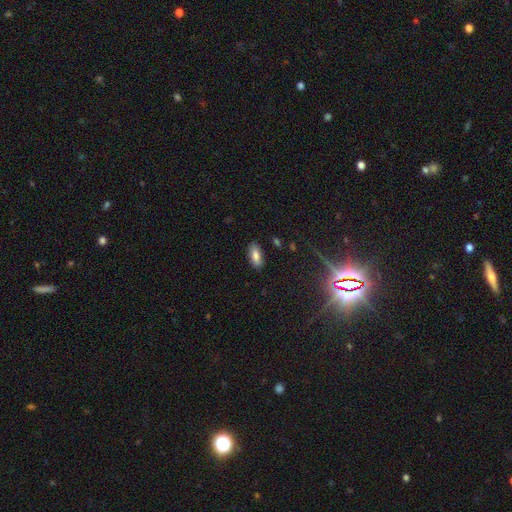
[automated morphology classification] The model was most divided on "smooth or featured": smooth: 81%, star or artifact: 10%, featured or disk: 10%. More confident: how rounded — in between (86%); merging — none (86%).